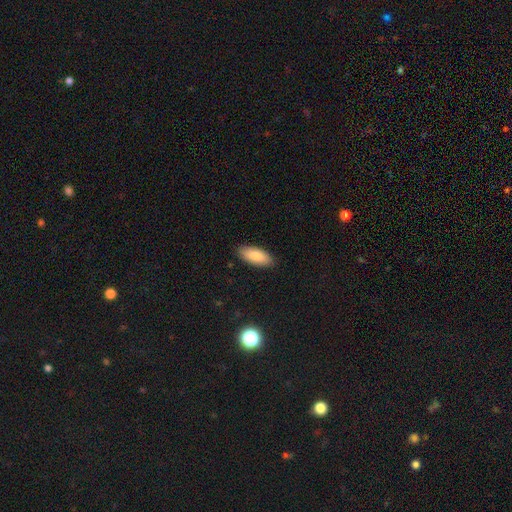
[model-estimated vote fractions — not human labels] Smooth or featured? Predicted: smooth (p=0.86). How rounded? Predicted: in between (p=0.81). Merging? Predicted: none (p=0.89).